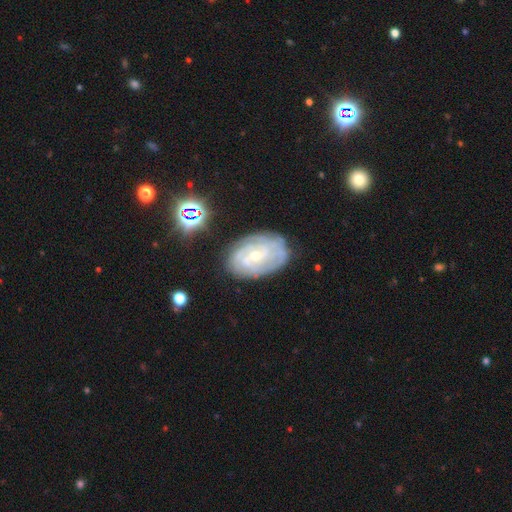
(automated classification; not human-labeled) Smooth or featured: featured or disk — 83% (smooth — 10%)
Edge-on disk: no — 96% (yes — 4%)
Bar: no — 47% (weak — 42%)
Spiral arms: yes — 93% (no — 7%)
Spiral winding: tight — 72% (medium — 23%)
Spiral arm count: can't tell — 40% (2 — 24%)
Bulge size: small — 56% (moderate — 41%)
Merging: none — 76% (minor disturbance — 17%)